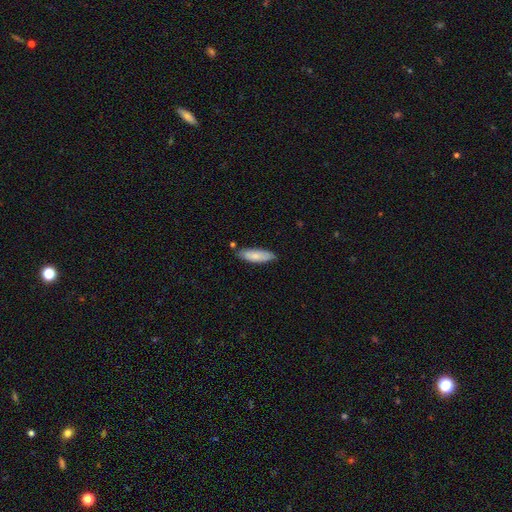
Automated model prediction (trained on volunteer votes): Smooth or featured: smooth — 80% (featured or disk — 14%)
How rounded: in between — 55% (cigar-shaped — 44%)
Merging: none — 77% (minor disturbance — 18%)